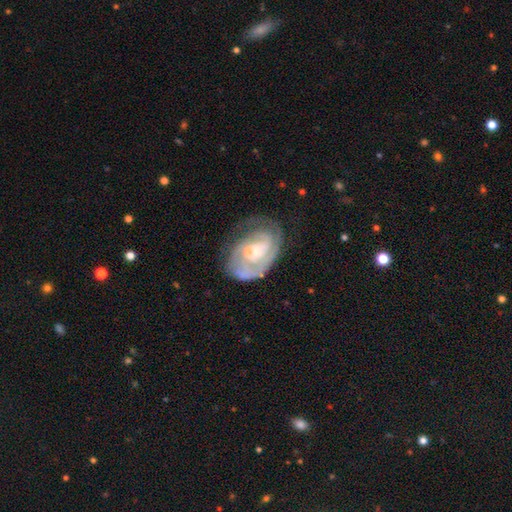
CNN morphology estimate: Overall: featured or disk (82%). Edge-on disk: no (96%). Bar: no (45%; weak 41%). Spiral arms: yes (89%). Spiral arm count: 2 (36%; can't tell 34%). Spiral winding: tight (62%; medium 29%). Bulge size: small (50%; moderate 44%). Merging: none (59%; minor disturbance 22%).